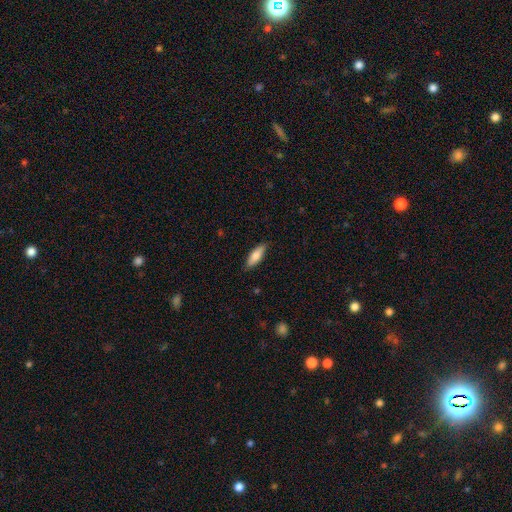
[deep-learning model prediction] A smooth galaxy with no disk features (78%) that is in between round and cigar-shaped (58%). Merging: none (85%).